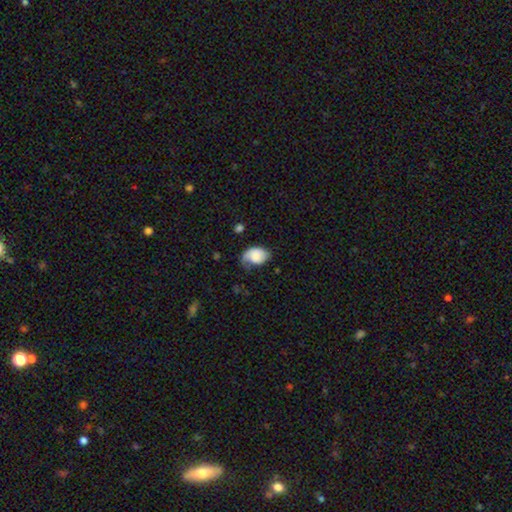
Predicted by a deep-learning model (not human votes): Overall: smooth (63%; featured or disk 30%). How rounded: in between (80%). Merging: none (41%; minor disturbance 36%).